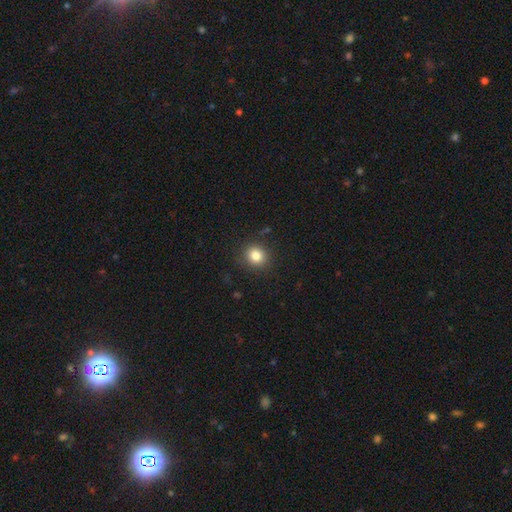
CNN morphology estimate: Q: Smooth or featured?
A: smooth (82%); runner-up: star or artifact (11%)
Q: How rounded?
A: round (82%); runner-up: in between (18%)
Q: Merging?
A: none (87%); runner-up: minor disturbance (9%)